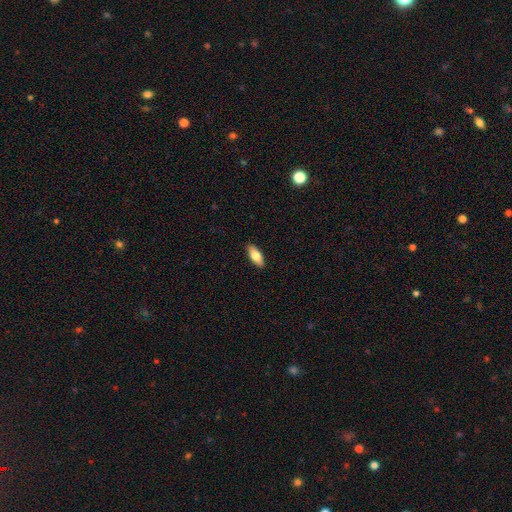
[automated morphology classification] The model was most divided on "smooth or featured": smooth: 75%, featured or disk: 19%, star or artifact: 6%. More confident: merging — none (90%); how rounded — in between (78%).